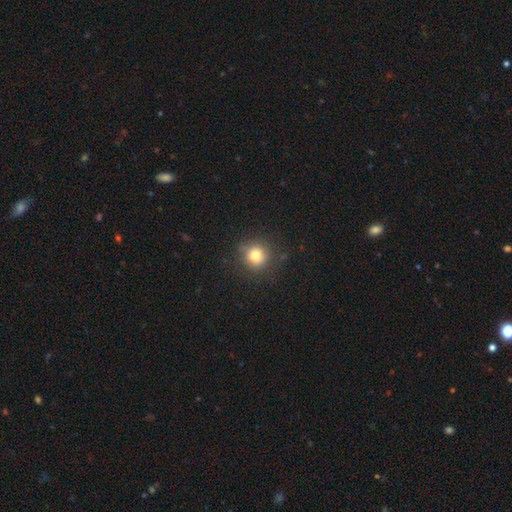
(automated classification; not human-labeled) Q: Smooth or featured?
A: smooth (77%); runner-up: star or artifact (14%)
Q: How rounded?
A: round (92%); runner-up: in between (7%)
Q: Merging?
A: none (84%); runner-up: minor disturbance (11%)